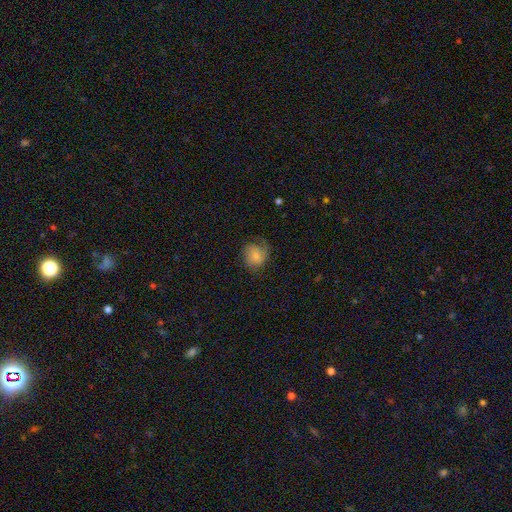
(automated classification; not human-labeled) A smooth galaxy with no disk features (60%) that is round (70%). Merging: none (56%).